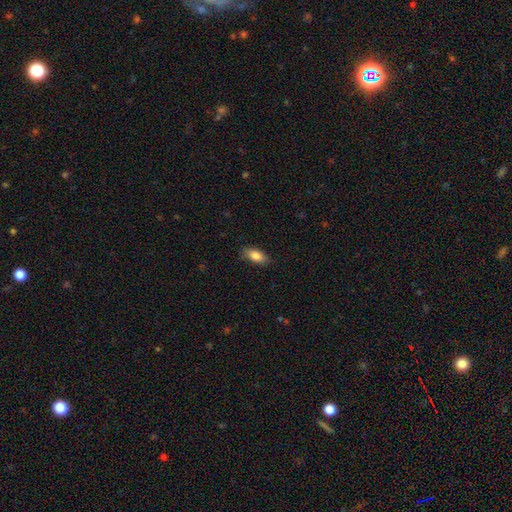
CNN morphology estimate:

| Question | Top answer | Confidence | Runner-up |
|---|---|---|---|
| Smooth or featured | smooth | 84% | featured or disk (10%) |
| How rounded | in between | 87% | cigar-shaped (10%) |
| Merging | none | 86% | minor disturbance (11%) |